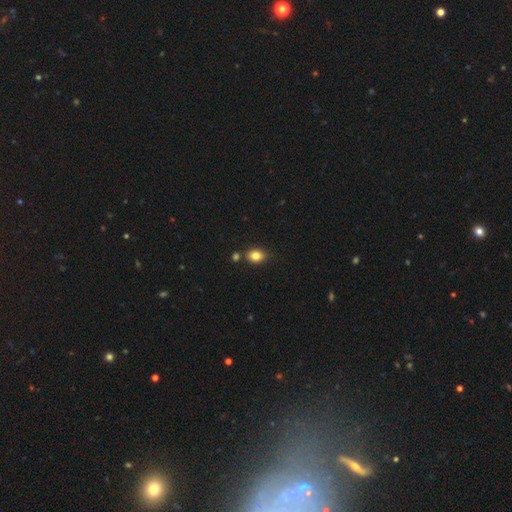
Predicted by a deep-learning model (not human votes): Morphology: type=smooth (83%); roundness=in between (65%); merging=none (74%).